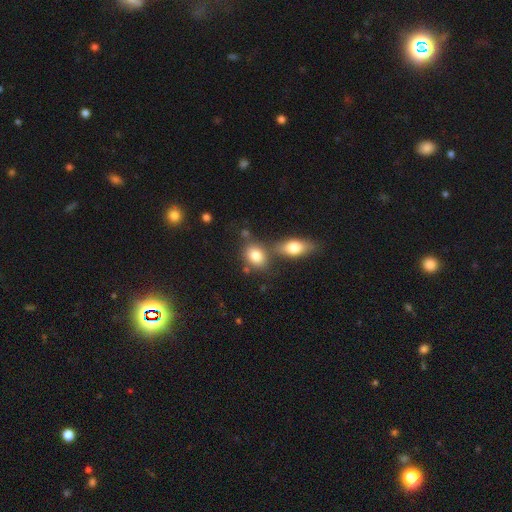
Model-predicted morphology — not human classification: Smooth or featured? Predicted: smooth (p=0.81). How rounded? Predicted: in between (p=0.65). Merging? Predicted: none (p=0.55).